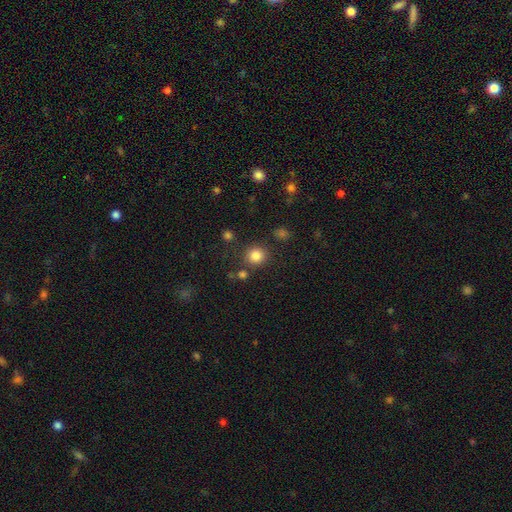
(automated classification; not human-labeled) Smooth or featured?
  - smooth: 83% *
  - star or artifact: 12%
  - featured or disk: 5%
How rounded?
  - round: 91% *
  - in between: 8%
  - cigar-shaped: 1%
Merging?
  - none: 84% *
  - minor disturbance: 8%
  - merger: 5%
  - major disturbance: 3%